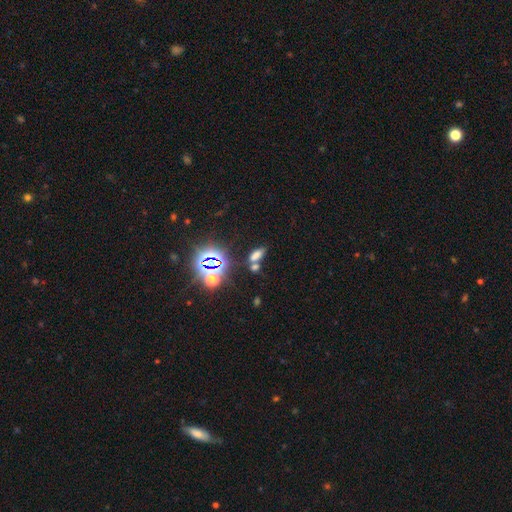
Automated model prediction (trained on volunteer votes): Smooth or featured? Predicted: smooth (p=0.61). How rounded? Predicted: in between (p=0.74). Merging? Predicted: none (p=0.58).